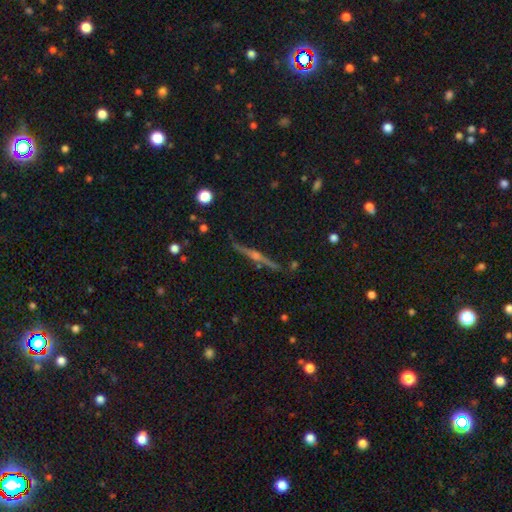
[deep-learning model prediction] Morphology: type=featured or disk (83%); edge-on=yes (98%); edge-on bulge=rounded (90%); merging=none (89%).